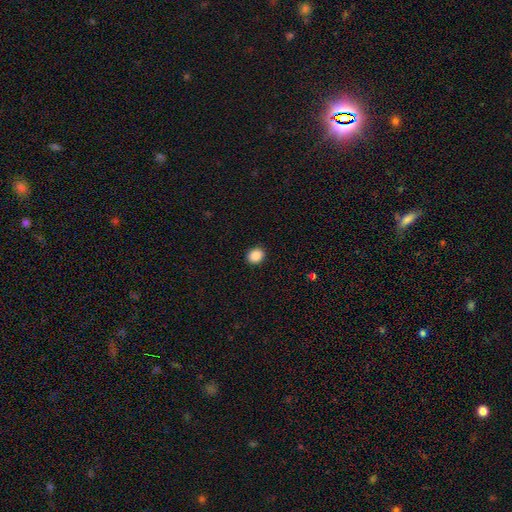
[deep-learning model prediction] smooth 88%, star or artifact 9%, featured or disk 3%. Down the decision tree: how rounded — round (63%); merging — none (91%).